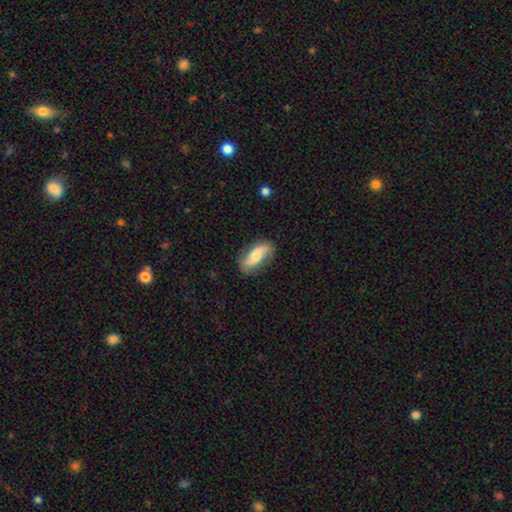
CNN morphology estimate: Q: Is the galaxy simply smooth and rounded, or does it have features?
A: featured or disk — 51%.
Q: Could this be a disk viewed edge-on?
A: no — 87%.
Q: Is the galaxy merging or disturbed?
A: none — 78%.